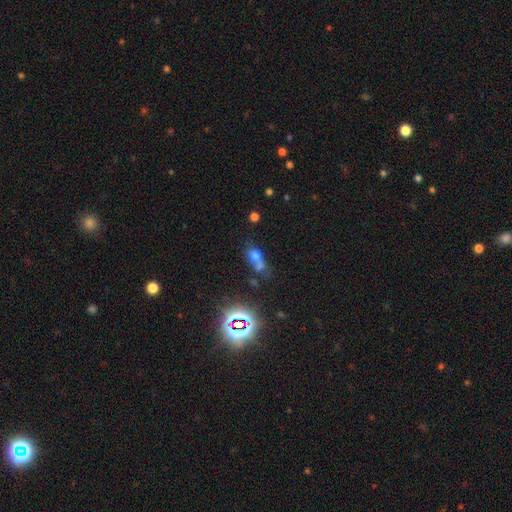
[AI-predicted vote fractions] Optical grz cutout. It shows a smooth galaxy with no disk features (64%) that is round (59%). Merging: merger (51%).